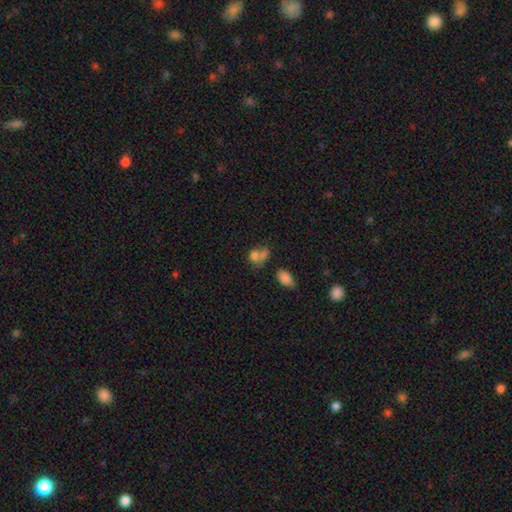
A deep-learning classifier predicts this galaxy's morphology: Smooth or featured: smooth — 74% (featured or disk — 14%)
How rounded: in between — 50% (round — 48%)
Merging: merger — 50% (none — 27%)